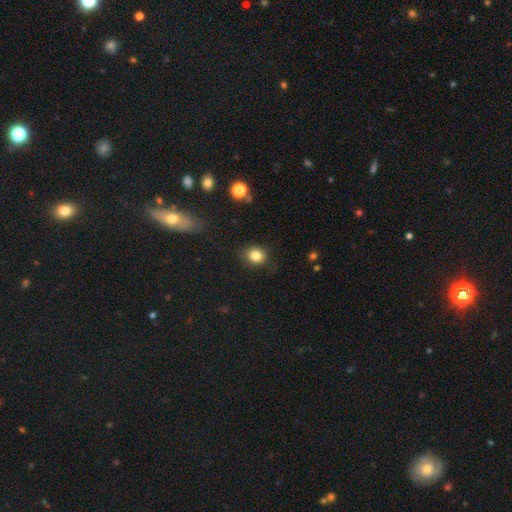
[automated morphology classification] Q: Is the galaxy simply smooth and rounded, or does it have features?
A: smooth — 83%.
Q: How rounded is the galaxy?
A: round — 67%.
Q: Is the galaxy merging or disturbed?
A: none — 84%.